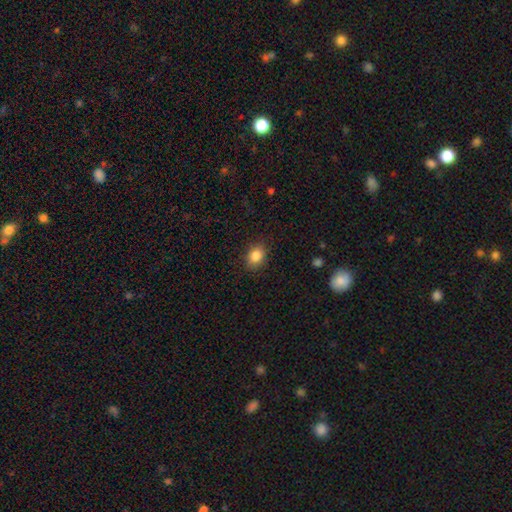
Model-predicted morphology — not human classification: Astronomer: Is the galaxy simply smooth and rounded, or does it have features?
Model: smooth — 85%.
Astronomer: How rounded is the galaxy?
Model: in between — 67%.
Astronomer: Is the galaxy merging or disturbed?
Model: none — 87%.